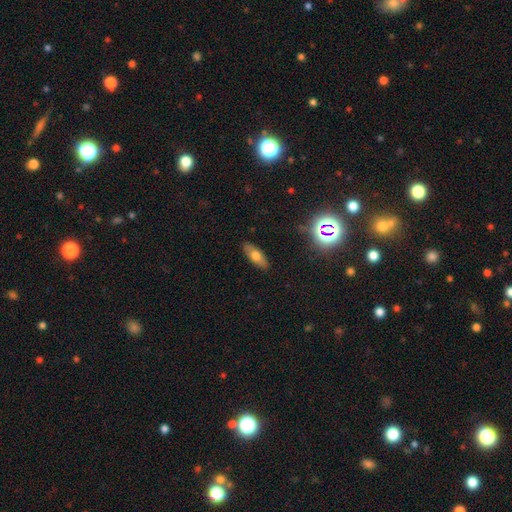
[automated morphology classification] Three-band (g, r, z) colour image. It shows a smooth galaxy with no disk features (65%) that is in between round and cigar-shaped (75%). Merging: none (86%).